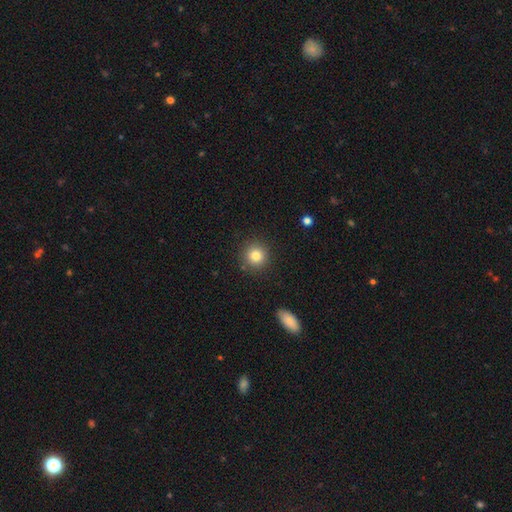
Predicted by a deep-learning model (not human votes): Morphology: type=smooth (82%); roundness=round (93%); merging=none (89%).